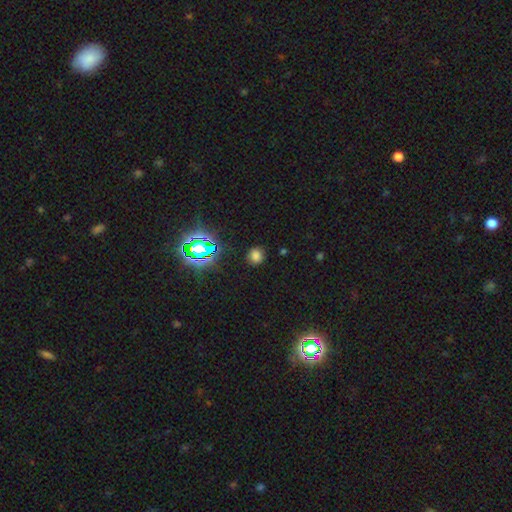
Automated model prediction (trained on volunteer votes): A smooth galaxy with no disk features (68%) that is round (86%). Merging: none (87%).